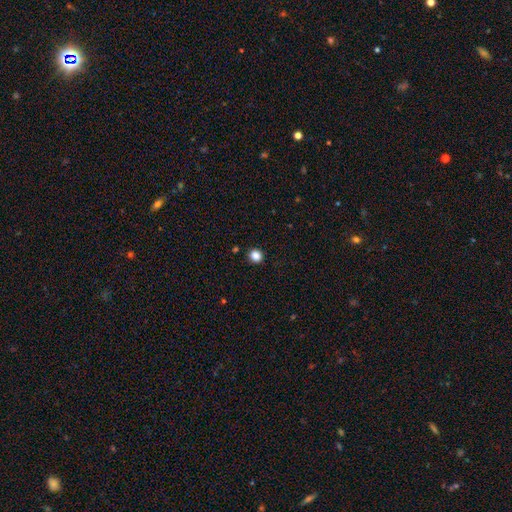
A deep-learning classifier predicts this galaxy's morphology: smooth_or_featured: smooth (p=0.86) [alt: star or artifact p=0.11]
how_rounded: round (p=0.83) [alt: in between p=0.16]
merging: none (p=0.91) [alt: minor disturbance p=0.06]